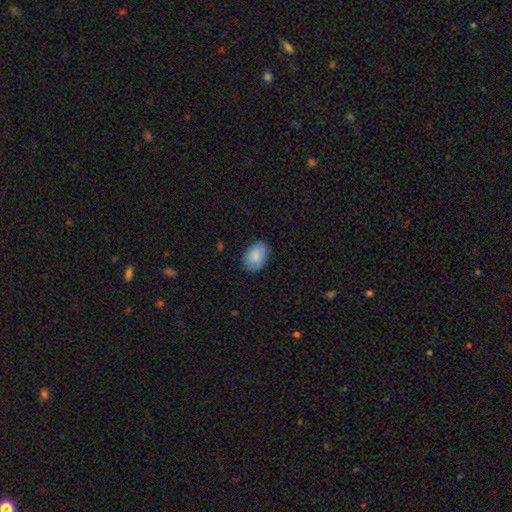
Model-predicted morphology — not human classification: smooth-or-featured: smooth: 86% | featured or disk: 7% | star or artifact: 6%
  how-rounded: in between: 84% | round: 15% | cigar-shaped: 1%
  merging: none: 81% | minor disturbance: 15% | major disturbance: 3% | merger: 1%